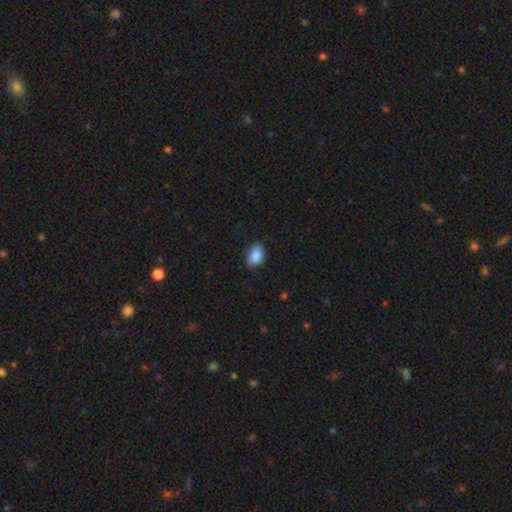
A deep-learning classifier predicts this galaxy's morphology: This is clearly a smooth galaxy (89%). How rounded: clearly in between (88%). Merging: likely none (77%).